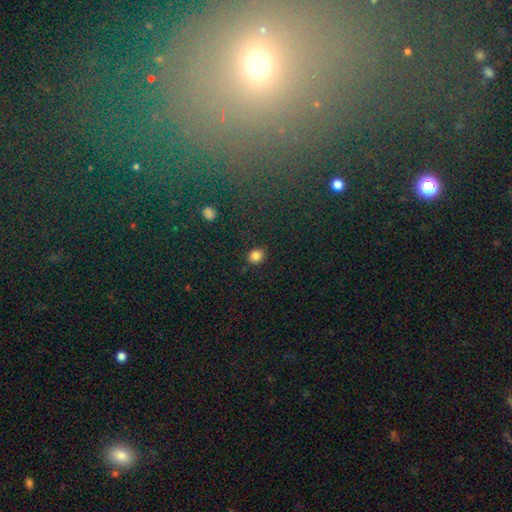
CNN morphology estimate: This is clearly a smooth galaxy (84%). How rounded: likely round (68%). Merging: clearly none (85%).